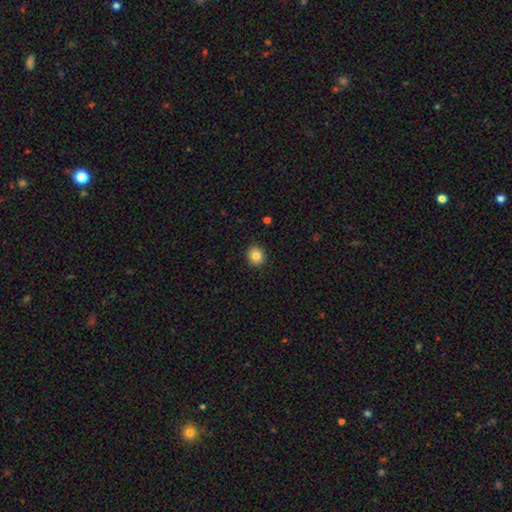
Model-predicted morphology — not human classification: This appears to be a smooth galaxy with no disk features (84%) that is round (77%). Merging: none (91%).